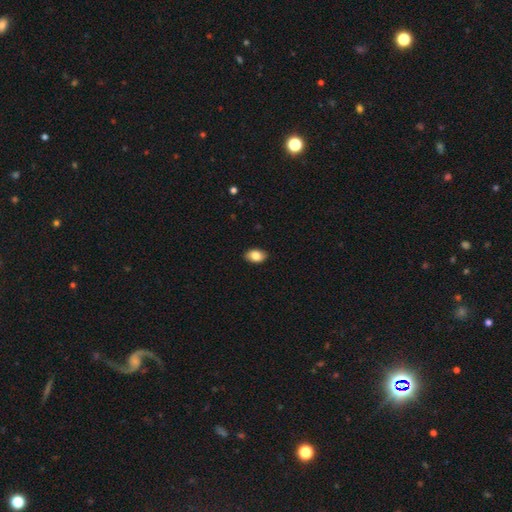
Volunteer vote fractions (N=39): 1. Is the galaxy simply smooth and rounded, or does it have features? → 85% smooth, 10% star or artifact, 5% featured or disk.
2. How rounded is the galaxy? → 97% in between, 3% round, 0% cigar-shaped.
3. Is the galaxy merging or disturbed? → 80% none, 20% minor disturbance, 0% major disturbance, 0% merger.